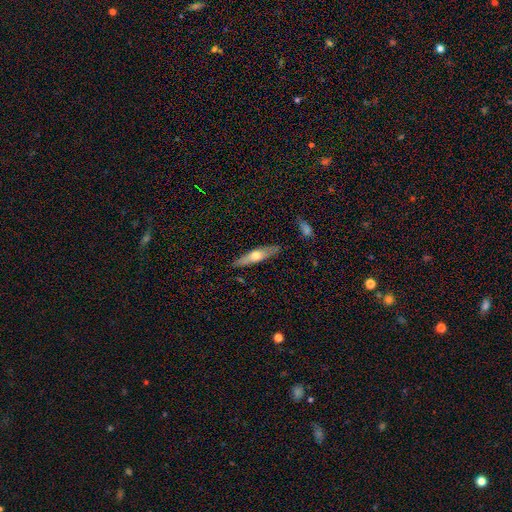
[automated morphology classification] type=featured or disk (49%); merging=none (87%).